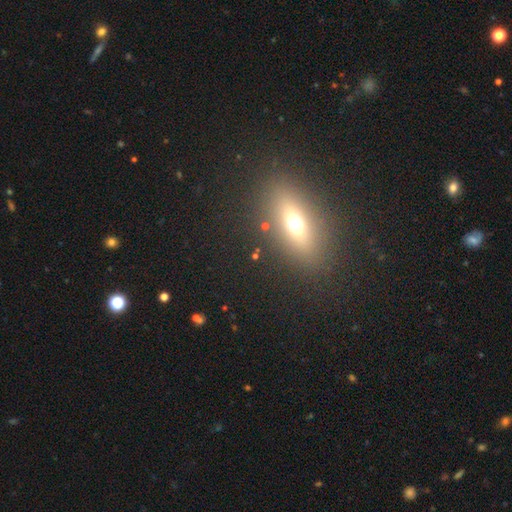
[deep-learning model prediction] smooth-or-featured: smooth: 53% | star or artifact: 24% | featured or disk: 23%
  how-rounded: in between: 58% | round: 22% | cigar-shaped: 20%
  merging: none: 84% | minor disturbance: 8% | major disturbance: 4% | merger: 3%